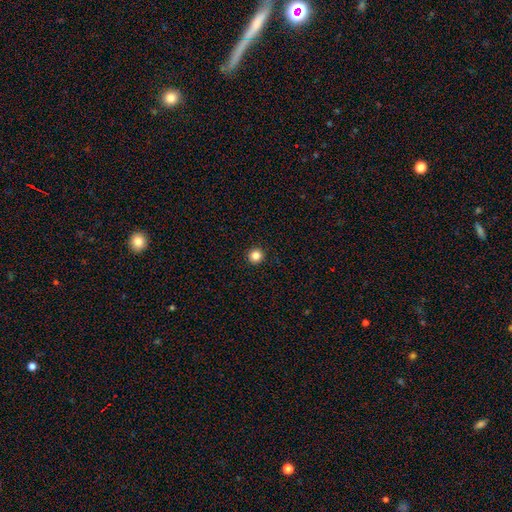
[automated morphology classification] smooth 84%, star or artifact 11%, featured or disk 4%. Down the decision tree: how rounded — round (95%); merging — none (94%).